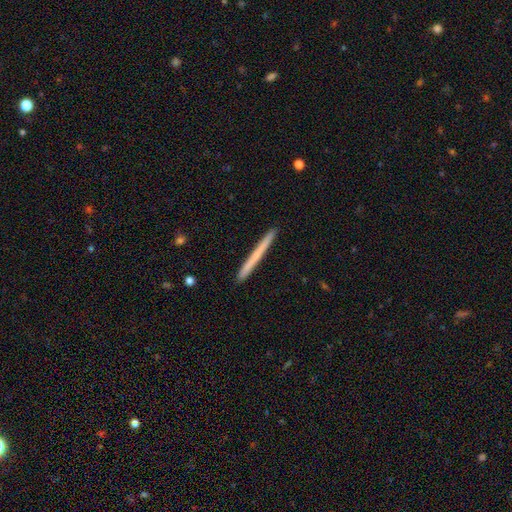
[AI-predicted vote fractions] Morphology: type=smooth (57%); roundness=cigar-shaped (97%); merging=none (93%).